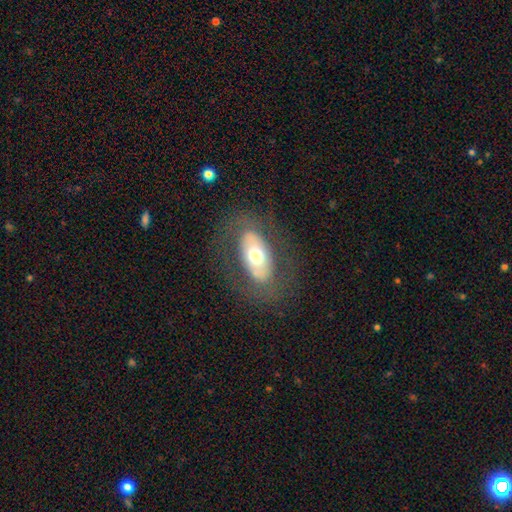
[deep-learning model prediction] Smooth or featured? smooth (49%)
Merging? none (76%)